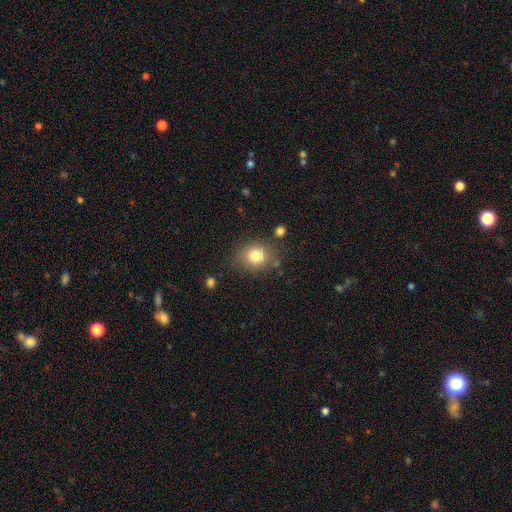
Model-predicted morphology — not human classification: A smooth galaxy with no disk features (80%) that is round (74%).

Vote fractions:
- Smooth or featured? smooth: 80% / star or artifact: 11% / featured or disk: 9%
- How rounded? round: 74% / in between: 25% / cigar-shaped: 1%
- Merging? none: 80% / minor disturbance: 12% / major disturbance: 4% / merger: 4%